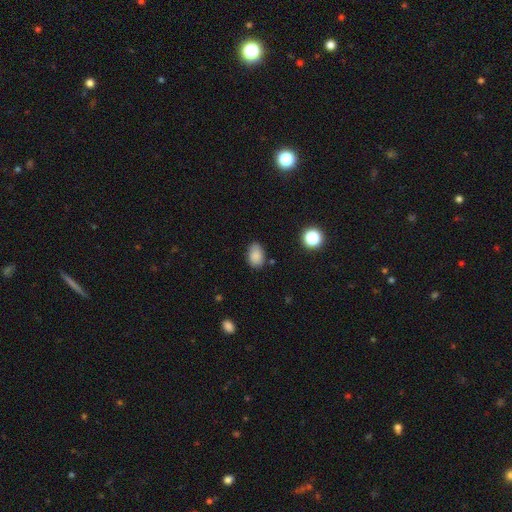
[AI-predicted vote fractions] Q: Smooth or featured?
A: smooth (86%); runner-up: star or artifact (10%)
Q: How rounded?
A: in between (82%); runner-up: round (17%)
Q: Merging?
A: none (74%); runner-up: minor disturbance (20%)